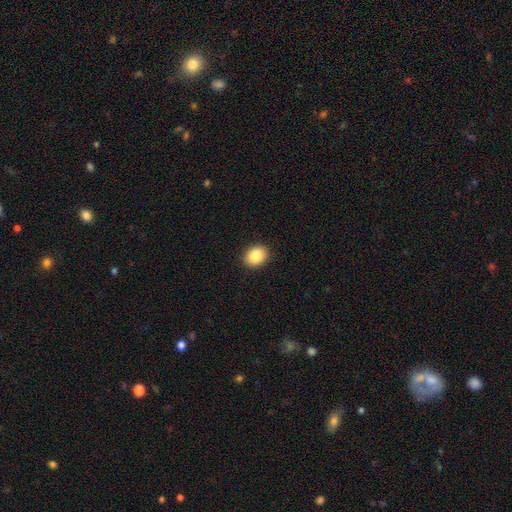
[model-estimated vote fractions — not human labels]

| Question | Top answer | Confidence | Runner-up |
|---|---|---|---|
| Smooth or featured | smooth | 87% | star or artifact (8%) |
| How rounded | in between | 57% | round (42%) |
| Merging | none | 91% | minor disturbance (7%) |